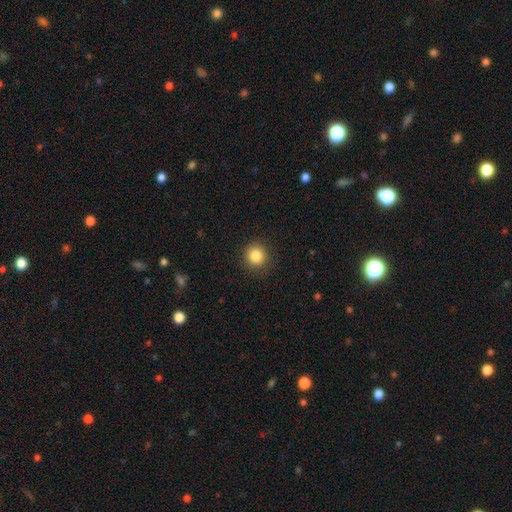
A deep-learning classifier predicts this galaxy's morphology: Q: Smooth or featured?
A: smooth (84%); runner-up: star or artifact (11%)
Q: How rounded?
A: round (92%); runner-up: in between (7%)
Q: Merging?
A: none (90%); runner-up: minor disturbance (6%)